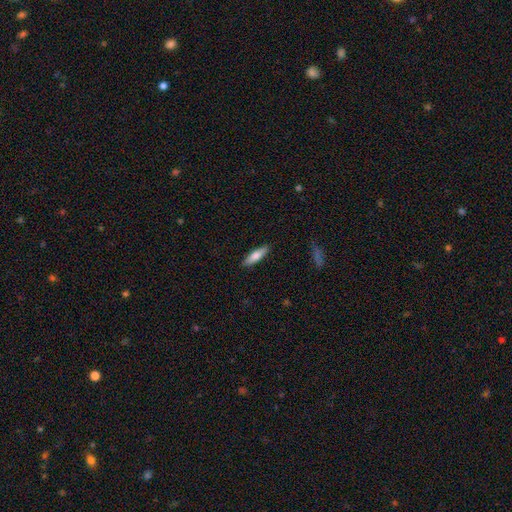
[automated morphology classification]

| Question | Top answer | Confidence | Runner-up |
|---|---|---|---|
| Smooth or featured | smooth | 71% | featured or disk (23%) |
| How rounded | cigar-shaped | 66% | in between (32%) |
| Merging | none | 89% | minor disturbance (8%) |